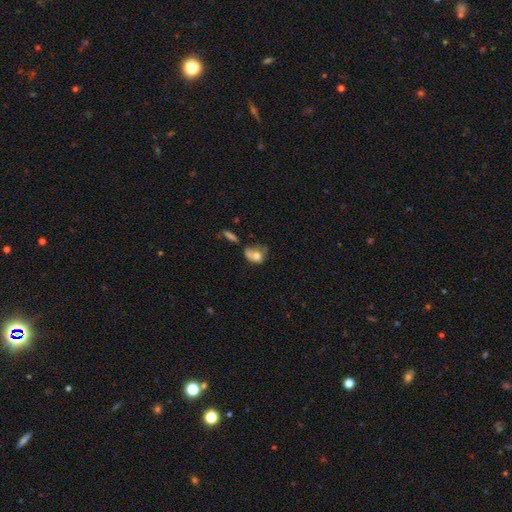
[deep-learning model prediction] Smooth or featured? smooth (66%)
How rounded? in between (61%)
Merging? major disturbance (27%)